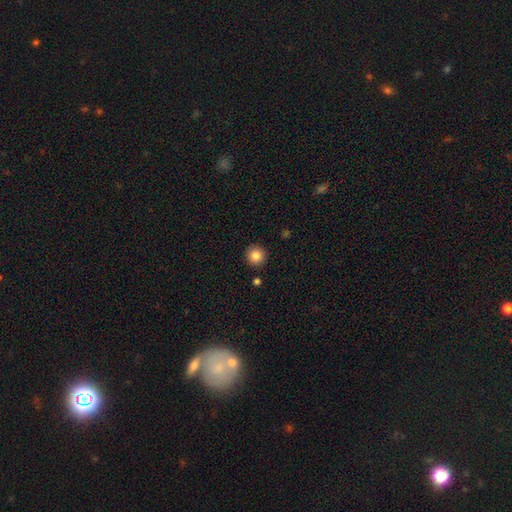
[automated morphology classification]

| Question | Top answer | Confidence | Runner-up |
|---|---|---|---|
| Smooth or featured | smooth | 85% | star or artifact (10%) |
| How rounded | round | 95% | in between (4%) |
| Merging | none | 91% | minor disturbance (5%) |